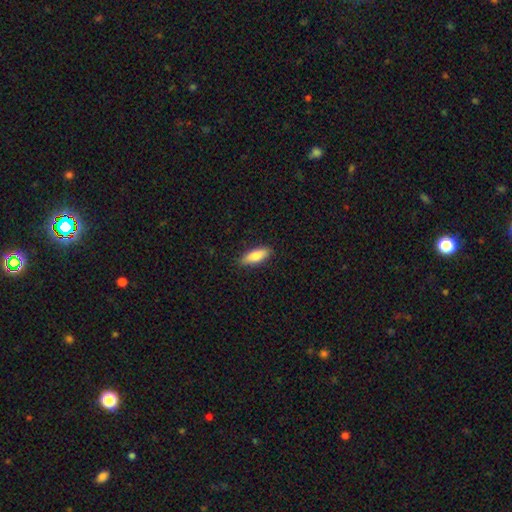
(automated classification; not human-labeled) Smooth or featured? smooth (79%)
How rounded? in between (62%)
Merging? none (87%)